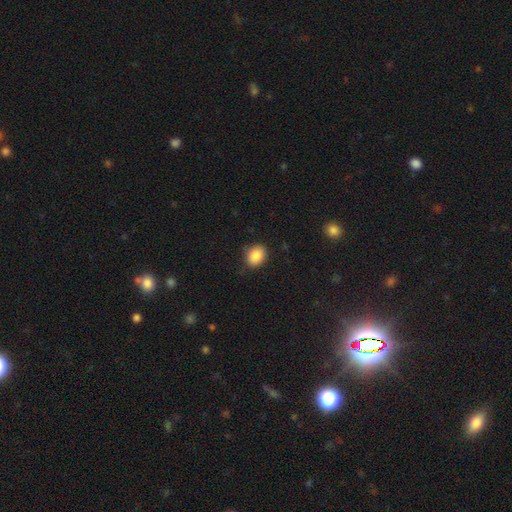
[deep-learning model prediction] smooth_or_featured: smooth (p=0.87) [alt: star or artifact p=0.09]
how_rounded: in between (p=0.54) [alt: round p=0.45]
merging: none (p=0.80) [alt: minor disturbance p=0.16]